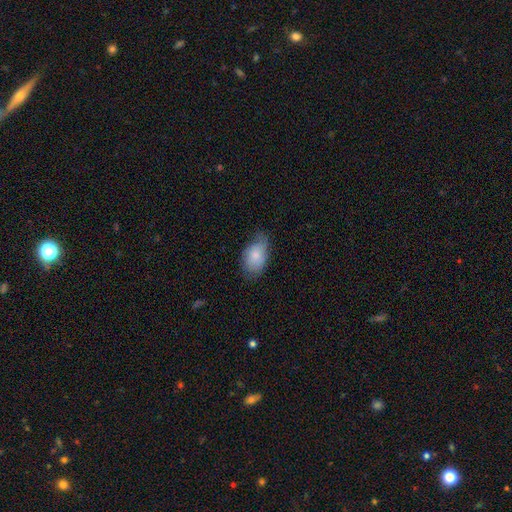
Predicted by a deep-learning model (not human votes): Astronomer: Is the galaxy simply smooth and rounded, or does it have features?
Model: smooth — 76%.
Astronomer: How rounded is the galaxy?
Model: in between — 89%.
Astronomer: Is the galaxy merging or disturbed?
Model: none — 53% (runner-up: minor disturbance, 36%).